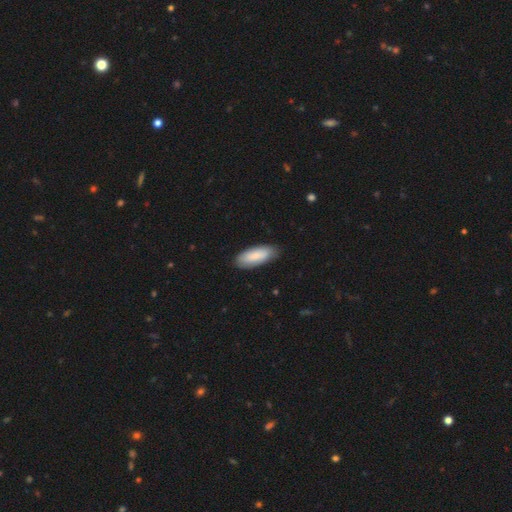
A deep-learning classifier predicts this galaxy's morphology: Smooth or featured: smooth — 85% (featured or disk — 10%)
How rounded: in between — 75% (cigar-shaped — 24%)
Merging: none — 85% (minor disturbance — 12%)